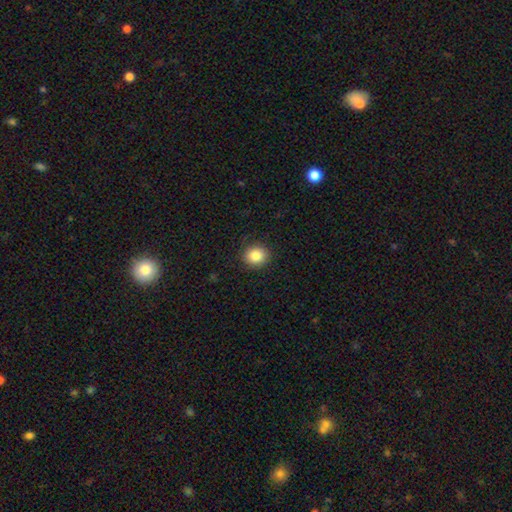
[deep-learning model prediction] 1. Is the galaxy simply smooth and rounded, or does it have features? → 86% smooth, 9% star or artifact, 5% featured or disk.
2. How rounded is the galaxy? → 74% round, 25% in between, 1% cigar-shaped.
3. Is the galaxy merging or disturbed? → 89% none, 8% minor disturbance, 2% major disturbance, 1% merger.